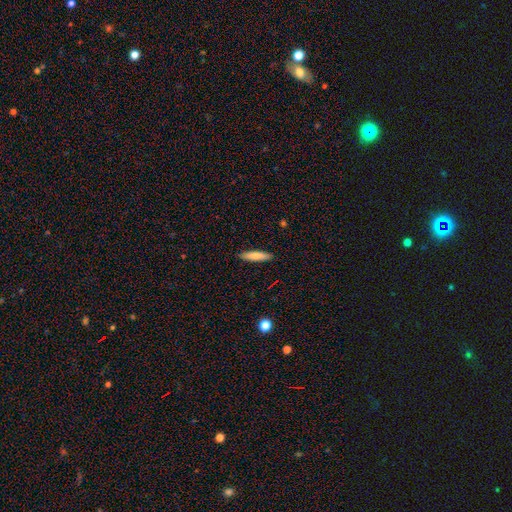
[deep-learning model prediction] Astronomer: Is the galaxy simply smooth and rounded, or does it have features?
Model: smooth — 78%.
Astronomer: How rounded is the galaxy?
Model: cigar-shaped — 81%.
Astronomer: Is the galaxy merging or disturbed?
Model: none — 90%.